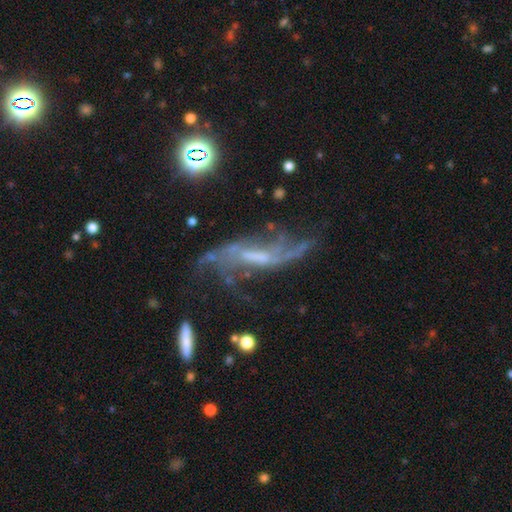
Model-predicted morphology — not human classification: Smooth or featured?
  - featured or disk: 79% *
  - star or artifact: 12%
  - smooth: 10%
Edge-on disk?
  - no: 80% *
  - yes: 20%
Bar?
  - weak: 43% *
  - no: 31%
  - strong: 27%
Spiral arms?
  - yes: 87% *
  - no: 13%
Spiral winding?
  - loose: 66% *
  - medium: 24%
  - tight: 9%
Spiral arm count?
  - 2: 48% *
  - can't tell: 25%
  - 3: 10%
  - 4: 6%
  - 1: 6%
  - more than 4: 4%
Bulge size?
  - small: 37% *
  - none: 30%
  - moderate: 27%
  - large: 4%
  - dominant: 1%
Merging?
  - none: 50% *
  - major disturbance: 24%
  - minor disturbance: 20%
  - merger: 7%